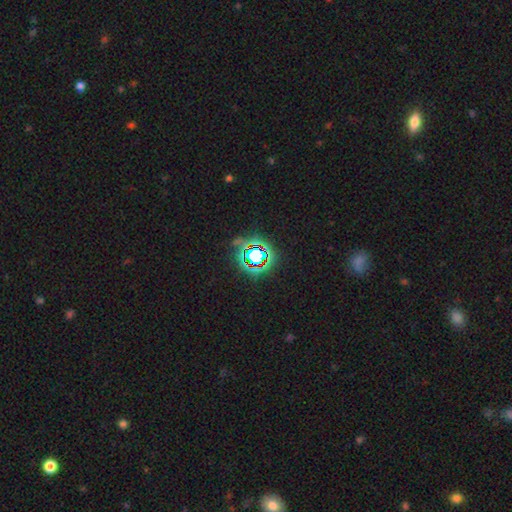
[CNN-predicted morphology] Q: Smooth or featured?
A: star or artifact (74%); runner-up: smooth (15%)